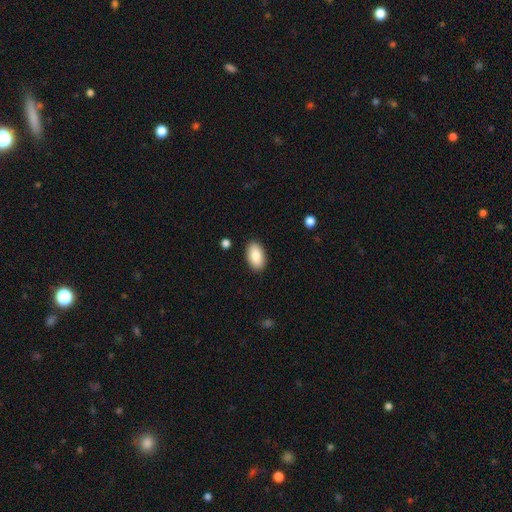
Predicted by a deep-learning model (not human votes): Smooth or featured? Predicted: smooth (p=0.86). How rounded? Predicted: in between (p=0.94). Merging? Predicted: none (p=0.89).